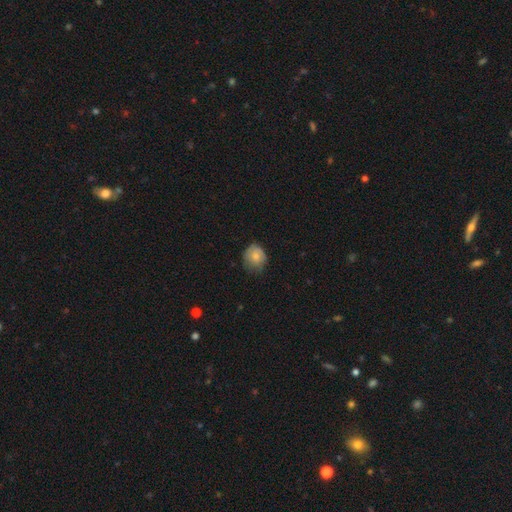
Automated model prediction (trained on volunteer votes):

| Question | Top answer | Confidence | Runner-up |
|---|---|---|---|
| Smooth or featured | smooth | 75% | featured or disk (17%) |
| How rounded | round | 72% | in between (27%) |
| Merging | none | 60% | minor disturbance (31%) |